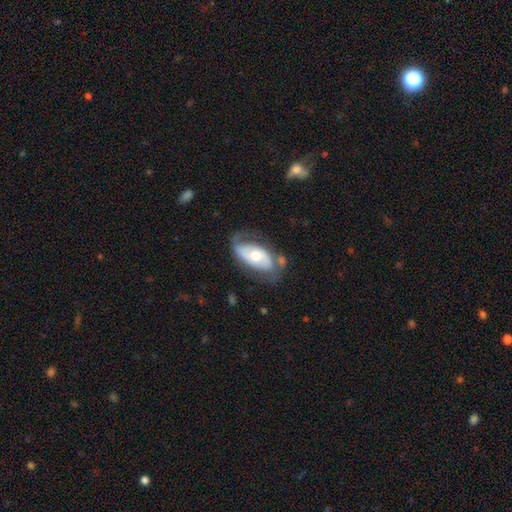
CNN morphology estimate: The model was most divided on "merging": none: 51%, minor disturbance: 26%, major disturbance: 18%, merger: 5%. More confident: edge-on disk — no (92%); spiral arms — yes (77%); bar — no (68%); bulge size — moderate (67%); smooth or featured — featured or disk (65%).